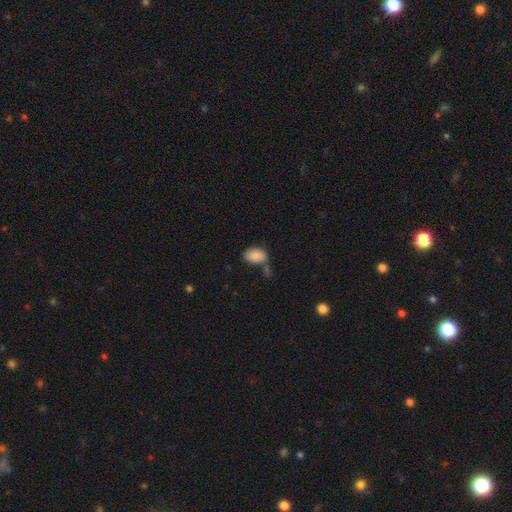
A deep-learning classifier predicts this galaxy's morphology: This is clearly a smooth galaxy (88%). How rounded: clearly in between (85%). Merging: possibly none (59%).